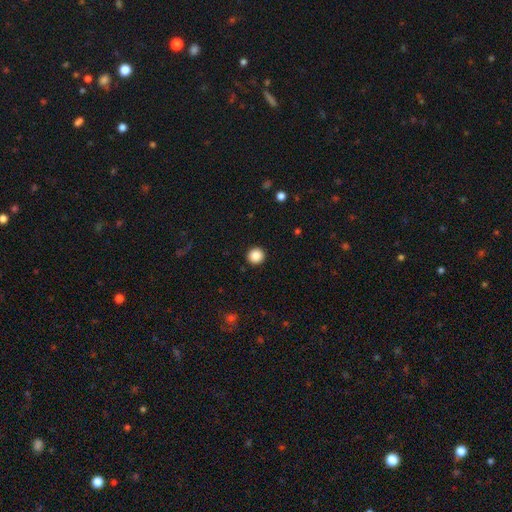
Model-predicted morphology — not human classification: A smooth galaxy with no disk features (87%) that is round (95%). Merging: none (93%).